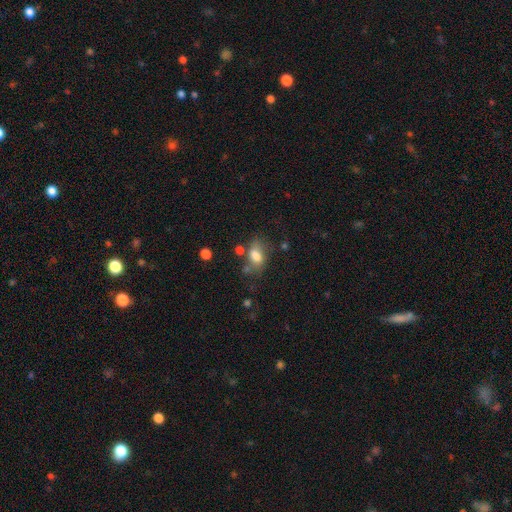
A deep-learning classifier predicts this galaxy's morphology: smooth 74%, featured or disk 15%, star or artifact 11%. Down the decision tree: how rounded — in between (83%); merging — none (48%).